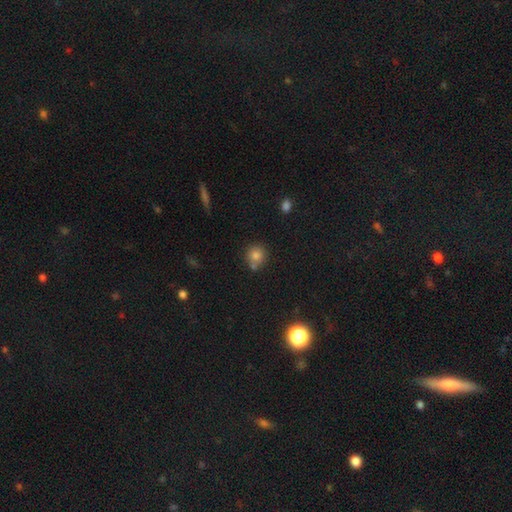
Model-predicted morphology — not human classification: This is likely a smooth galaxy (79%). How rounded: clearly round (88%). Merging: likely none (66%).